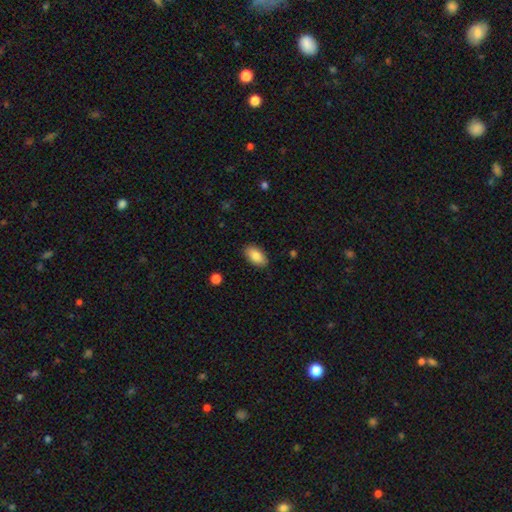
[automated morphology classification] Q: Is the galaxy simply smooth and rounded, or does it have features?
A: smooth — 85%.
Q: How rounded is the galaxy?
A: in between — 94%.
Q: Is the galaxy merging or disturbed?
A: none — 89%.